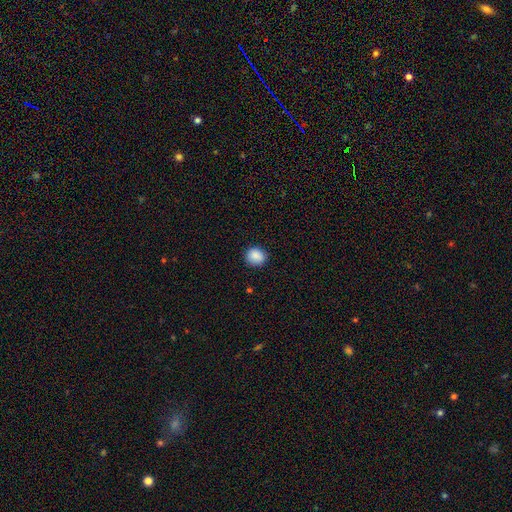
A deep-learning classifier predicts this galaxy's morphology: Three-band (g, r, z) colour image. It shows a smooth galaxy with no disk features (88%) that is round (80%). Merging: none (88%).